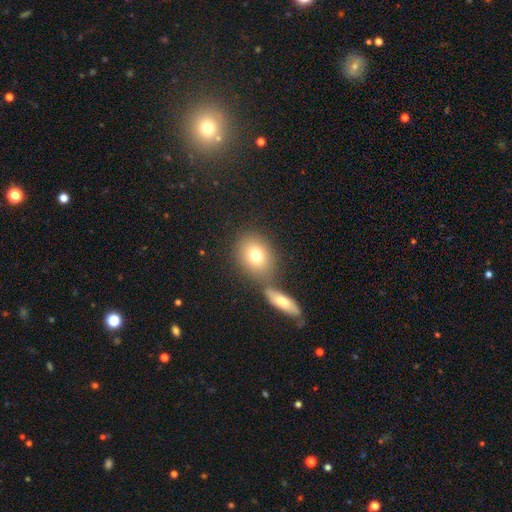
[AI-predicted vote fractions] This is likely a smooth galaxy (76%). How rounded: possibly in between (55%). Merging: likely none (61%).